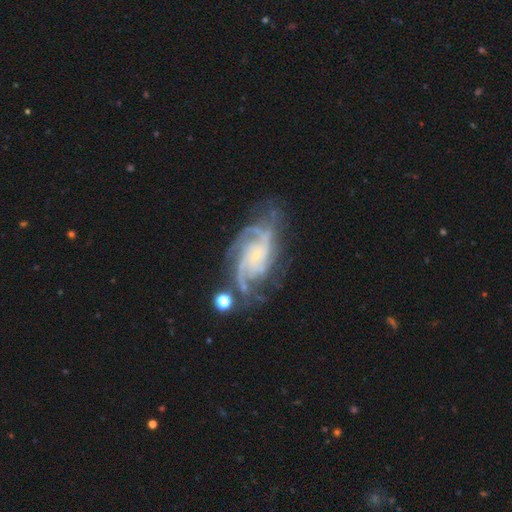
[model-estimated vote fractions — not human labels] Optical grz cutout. It shows a featured or disk galaxy (89%) with no bar (71%), 3 (29%) tight (51%) spiral arms (98%) and a small central bulge (82%). Merging: none (64%).